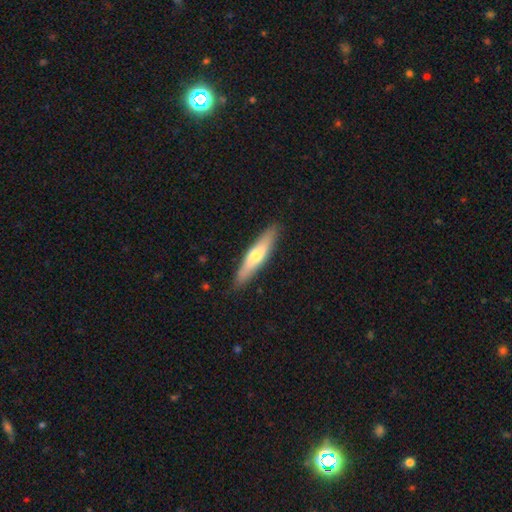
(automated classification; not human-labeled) A smooth galaxy with no disk features (55%) that is cigar-shaped (81%).

Vote fractions:
- Smooth or featured? smooth: 55% / featured or disk: 40% / star or artifact: 5%
- How rounded? cigar-shaped: 81% / in between: 18% / round: 2%
- Merging? none: 88% / minor disturbance: 9% / major disturbance: 2% / merger: 1%